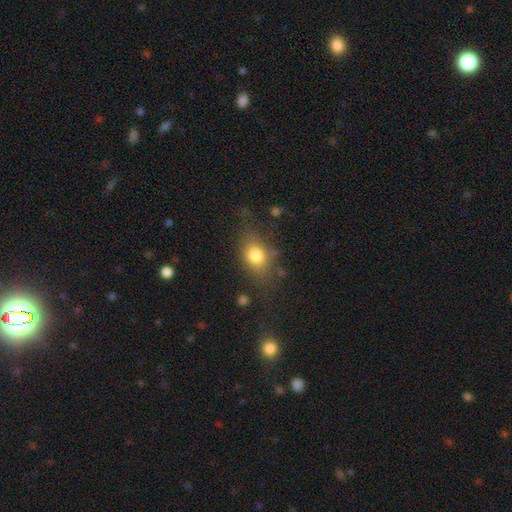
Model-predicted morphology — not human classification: Smooth or featured: smooth — 77% (featured or disk — 13%)
How rounded: in between — 65% (round — 31%)
Merging: none — 62% (minor disturbance — 22%)